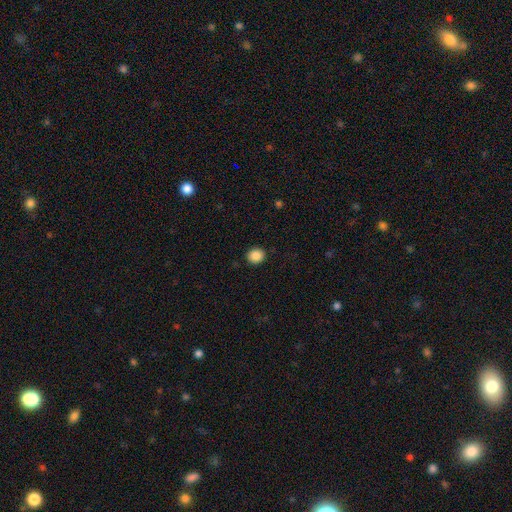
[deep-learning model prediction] Morphology: type=smooth (87%); roundness=round (78%); merging=none (91%).